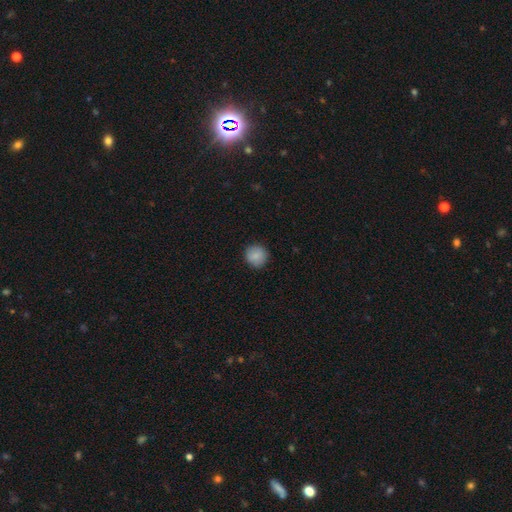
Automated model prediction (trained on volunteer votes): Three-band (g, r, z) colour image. It shows a smooth galaxy with no disk features (87%) that is round (94%). Merging: none (90%).